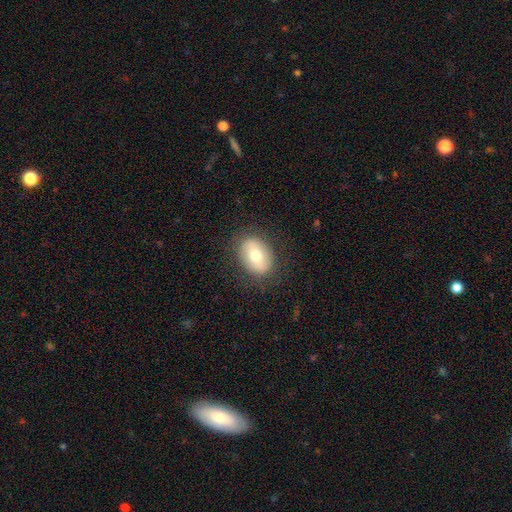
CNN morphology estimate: Overall: smooth (66%; featured or disk 26%). How rounded: in between (76%). Merging: none (82%).